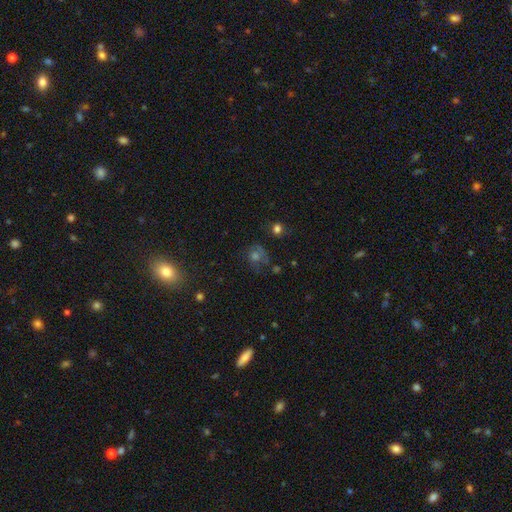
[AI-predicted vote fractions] This appears to be a smooth galaxy with no disk features (42%). Merging: none (59%).